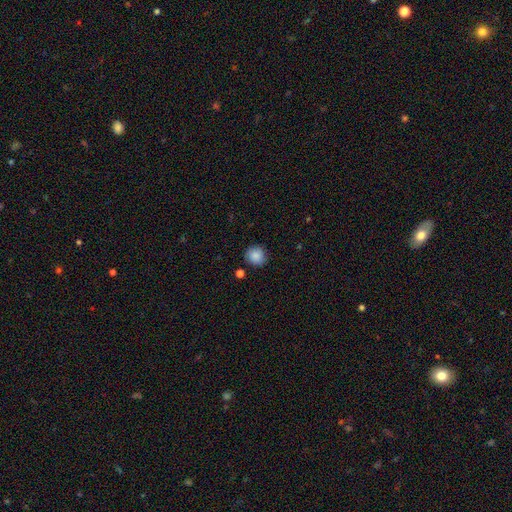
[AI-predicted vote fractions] Smooth or featured? smooth (87%)
How rounded? round (91%)
Merging? none (85%)